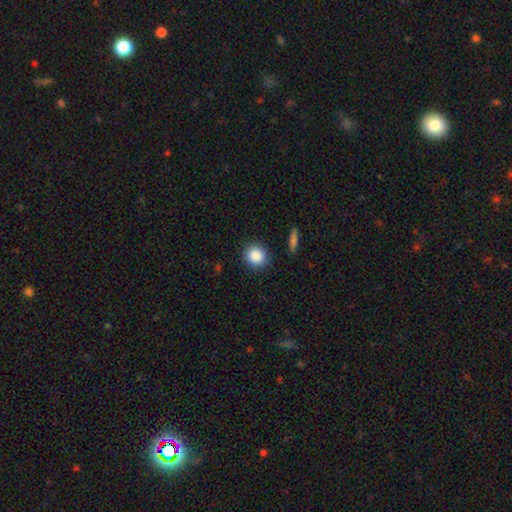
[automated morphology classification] Smooth or featured: smooth — 88% (star or artifact — 8%)
How rounded: round — 86% (in between — 13%)
Merging: none — 89% (minor disturbance — 7%)